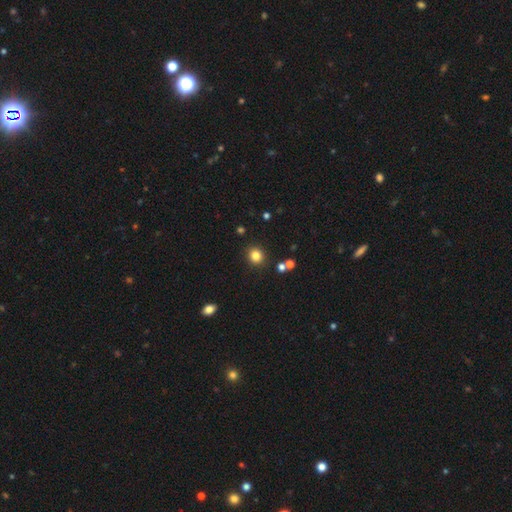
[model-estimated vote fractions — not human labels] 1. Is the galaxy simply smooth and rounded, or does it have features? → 82% smooth, 13% star or artifact, 5% featured or disk.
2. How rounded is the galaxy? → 84% round, 15% in between, 1% cigar-shaped.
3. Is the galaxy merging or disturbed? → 88% none, 7% minor disturbance, 3% merger, 2% major disturbance.